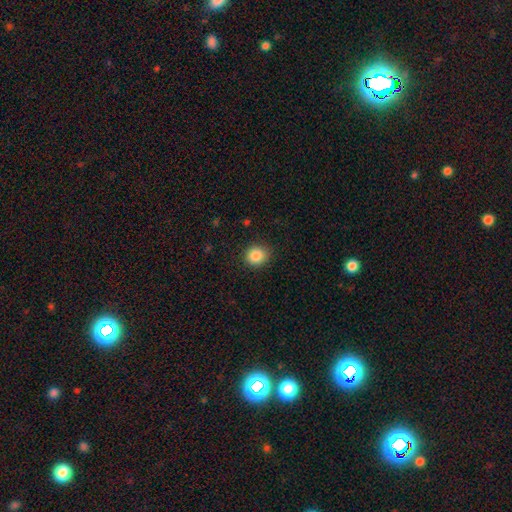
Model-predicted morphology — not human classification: The model was most divided on "how rounded": round: 77%, in between: 22%, cigar-shaped: 1%. More confident: merging — none (87%); smooth or featured — smooth (86%).